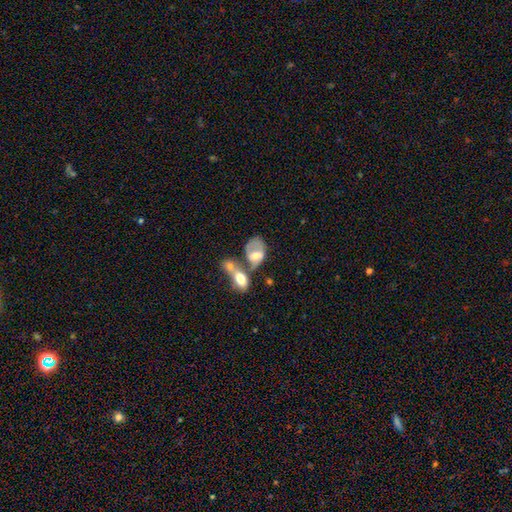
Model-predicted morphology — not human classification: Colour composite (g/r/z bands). It shows a smooth galaxy with no disk features (53%) that is in between round and cigar-shaped (84%). Merging: merger (65%).